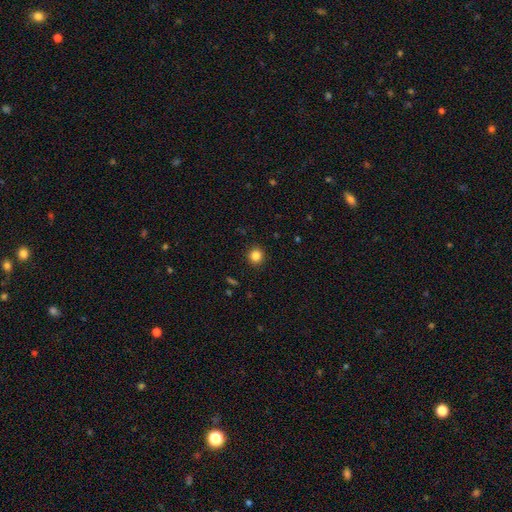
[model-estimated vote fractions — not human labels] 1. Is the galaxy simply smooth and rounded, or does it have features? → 84% smooth, 11% star or artifact, 4% featured or disk.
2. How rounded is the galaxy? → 91% round, 8% in between, 1% cigar-shaped.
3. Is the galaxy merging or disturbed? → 92% none, 6% minor disturbance, 2% major disturbance, 1% merger.